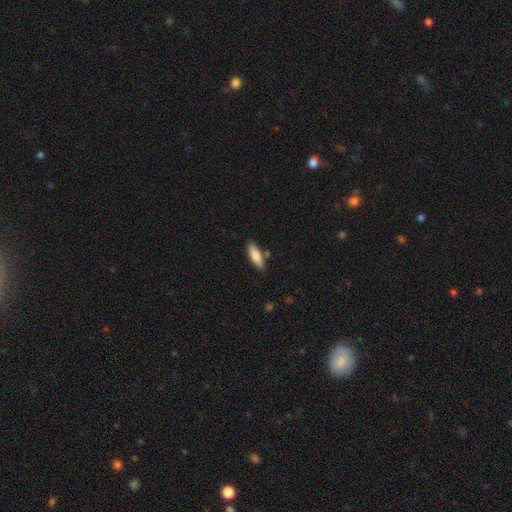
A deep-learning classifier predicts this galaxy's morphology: The model was most divided on "how rounded": cigar-shaped: 51%, in between: 47%, round: 2%. More confident: merging — none (81%); smooth or featured — smooth (81%).